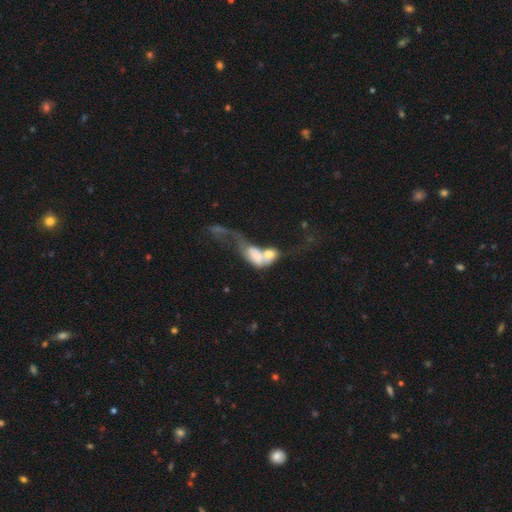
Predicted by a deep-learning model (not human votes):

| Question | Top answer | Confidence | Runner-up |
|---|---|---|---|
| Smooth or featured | smooth | 53% | featured or disk (38%) |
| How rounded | in between | 79% | round (16%) |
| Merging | merger | 69% | major disturbance (21%) |